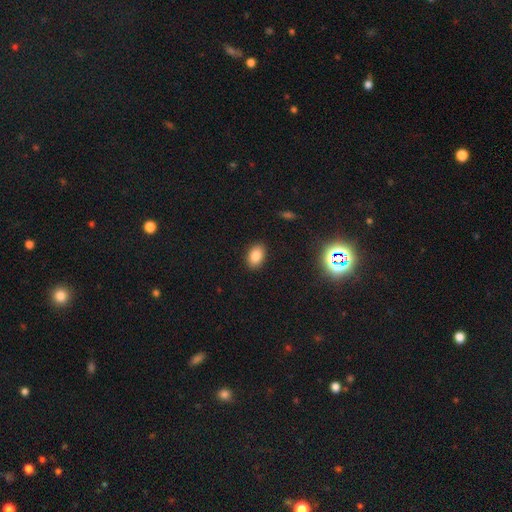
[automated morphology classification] A smooth galaxy with no disk features (84%) that is in between round and cigar-shaped (85%). Merging: none (89%).